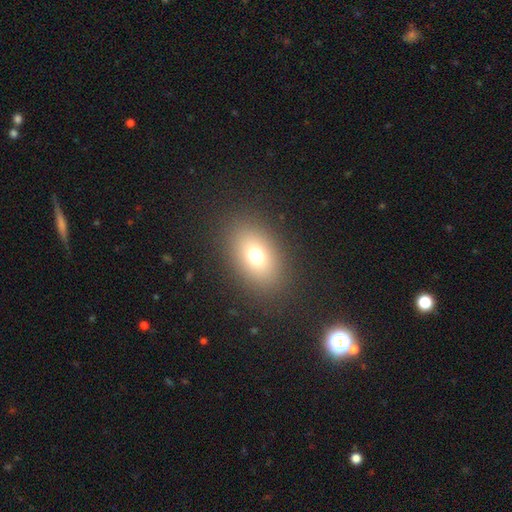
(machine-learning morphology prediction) smooth 71%, star or artifact 16%, featured or disk 13%. Down the decision tree: how rounded — in between (76%); merging — none (86%).